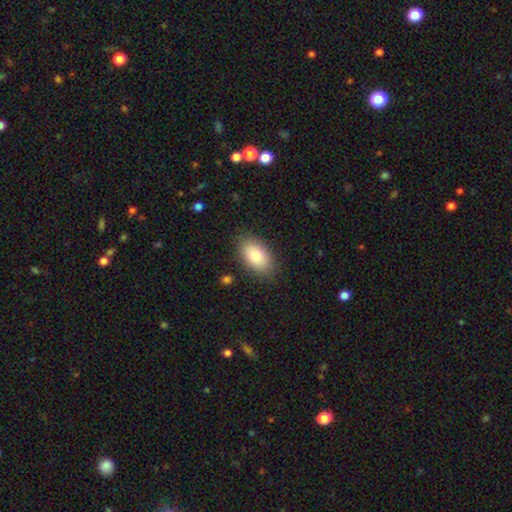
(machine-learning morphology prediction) smooth 81%, featured or disk 12%, star or artifact 7%. Down the decision tree: how rounded — in between (92%); merging — none (85%).